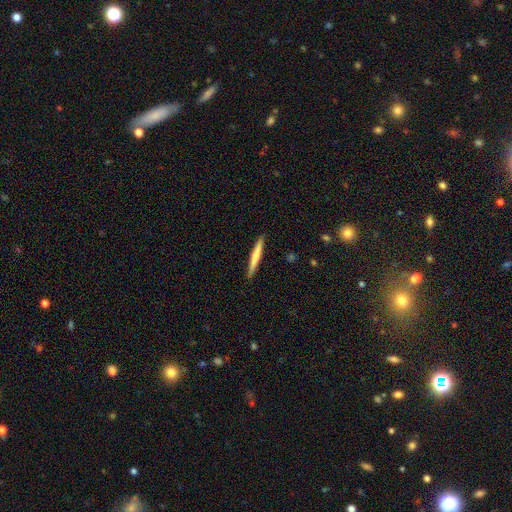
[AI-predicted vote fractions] The model was most divided on "smooth or featured": smooth: 62%, featured or disk: 33%, star or artifact: 5%. More confident: how rounded — cigar-shaped (96%); merging — none (91%).